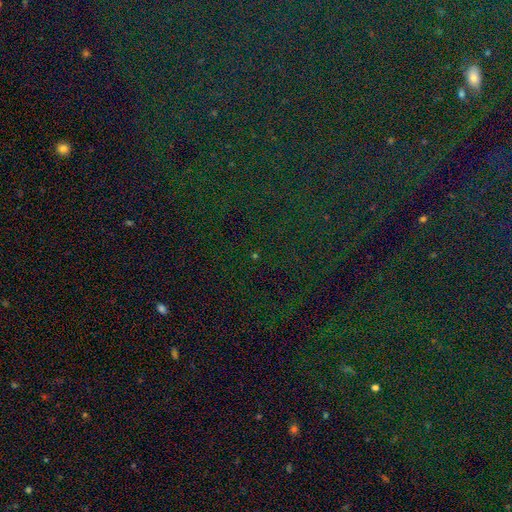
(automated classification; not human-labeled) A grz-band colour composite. It shows a star or artifact, not a galaxy (86%).